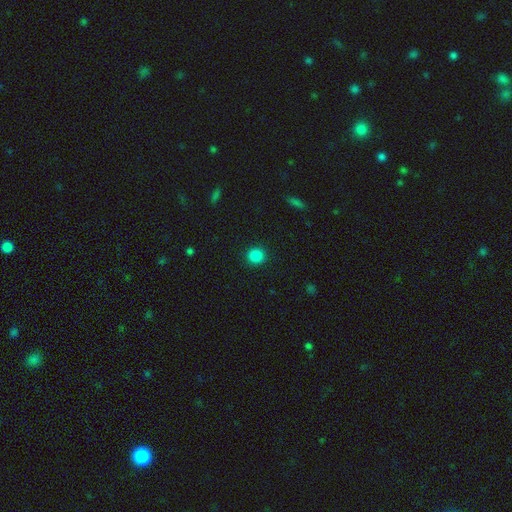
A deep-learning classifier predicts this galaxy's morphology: smooth 86%, star or artifact 11%, featured or disk 3%. Down the decision tree: how rounded — round (90%); merging — none (91%).